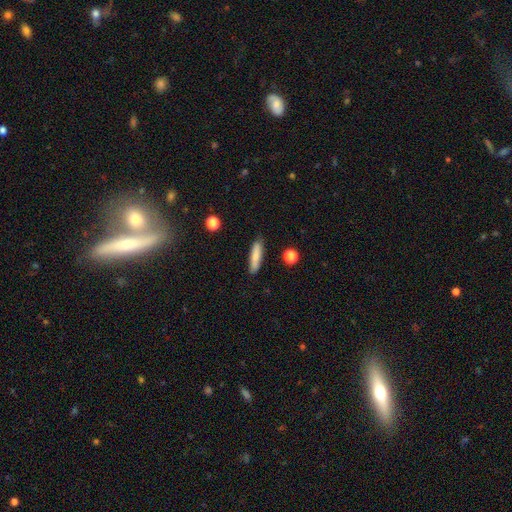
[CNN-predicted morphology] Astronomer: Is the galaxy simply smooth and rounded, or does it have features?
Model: smooth — 79%.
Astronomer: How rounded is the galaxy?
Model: cigar-shaped — 78%.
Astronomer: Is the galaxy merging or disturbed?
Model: none — 86%.